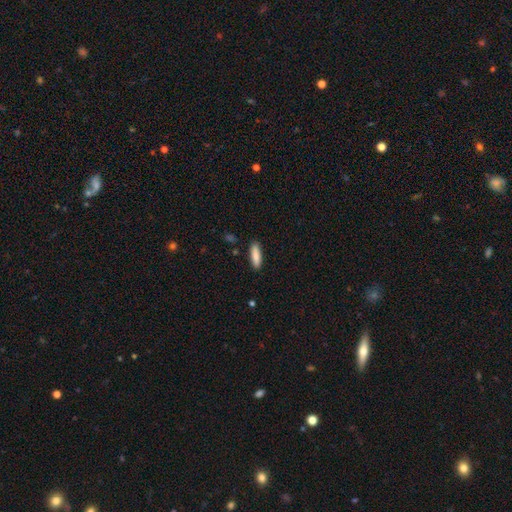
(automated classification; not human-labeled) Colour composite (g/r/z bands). It shows a smooth galaxy with no disk features (86%) that is cigar-shaped (58%). Merging: none (88%).